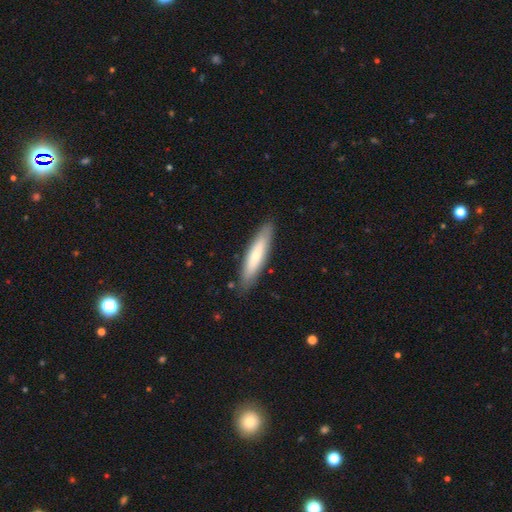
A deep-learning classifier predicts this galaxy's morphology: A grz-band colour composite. It shows a smooth galaxy with no disk features (71%) that is cigar-shaped (80%). Merging: none (87%).